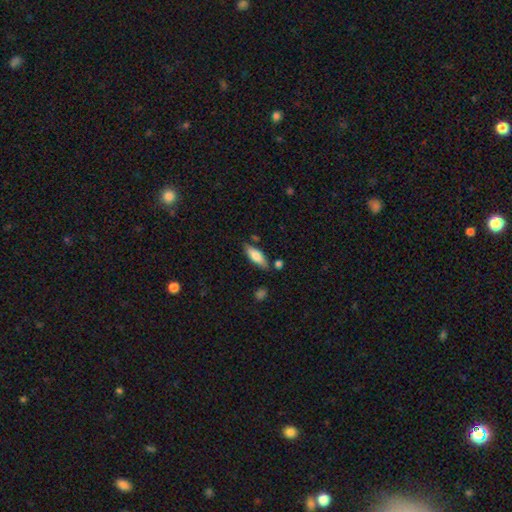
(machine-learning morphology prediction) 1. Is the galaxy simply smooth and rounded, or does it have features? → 68% smooth, 25% featured or disk, 6% star or artifact.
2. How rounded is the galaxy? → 56% in between, 42% cigar-shaped, 2% round.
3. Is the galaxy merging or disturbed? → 77% none, 15% minor disturbance, 5% merger, 3% major disturbance.